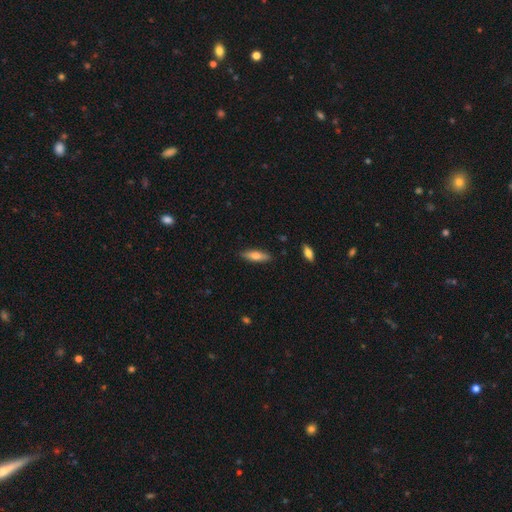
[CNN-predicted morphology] smooth-or-featured: smooth: 68% | featured or disk: 26% | star or artifact: 6%
  how-rounded: cigar-shaped: 57% | in between: 41% | round: 2%
  merging: none: 87% | minor disturbance: 10% | major disturbance: 2% | merger: 1%